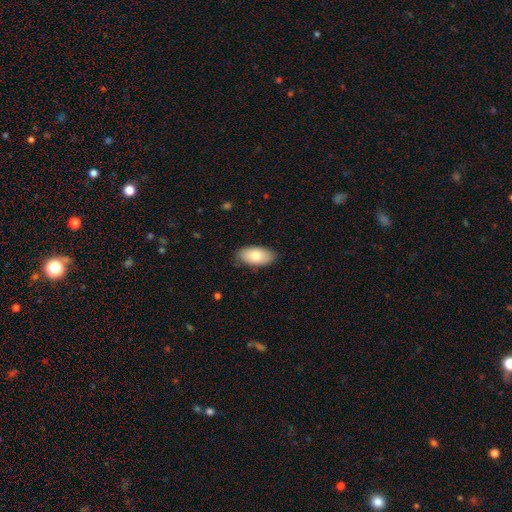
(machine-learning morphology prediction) This is likely a smooth galaxy (79%). How rounded: clearly in between (95%). Merging: clearly none (84%).